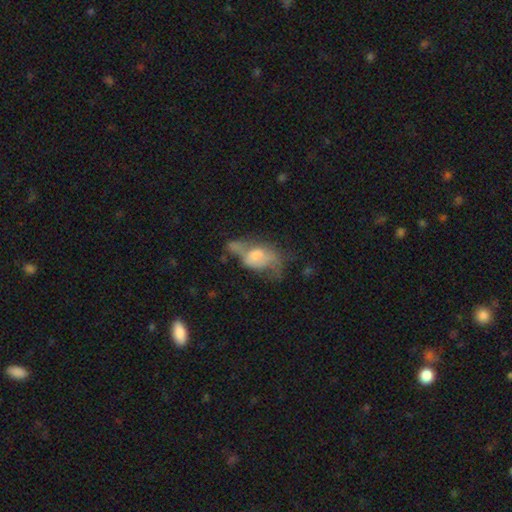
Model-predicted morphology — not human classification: Overall: featured or disk (54%; smooth 35%). Edge-on disk: no (91%). Merging: major disturbance (32%; none 30%).